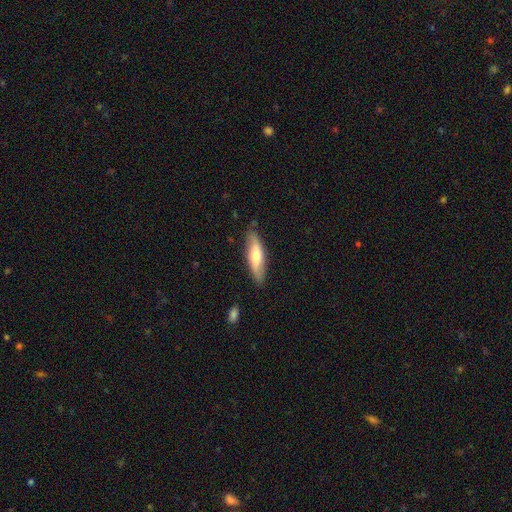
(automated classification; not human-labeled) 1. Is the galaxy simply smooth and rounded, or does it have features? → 58% smooth, 36% featured or disk, 5% star or artifact.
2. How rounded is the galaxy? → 57% cigar-shaped, 41% in between, 2% round.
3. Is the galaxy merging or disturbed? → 82% none, 14% minor disturbance, 2% major disturbance, 2% merger.